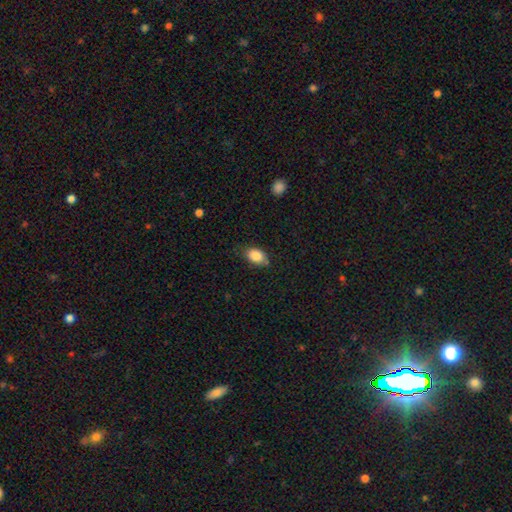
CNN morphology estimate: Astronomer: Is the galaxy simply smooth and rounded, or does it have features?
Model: smooth — 87%.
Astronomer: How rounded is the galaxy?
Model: in between — 82%.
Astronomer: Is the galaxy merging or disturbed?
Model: none — 72%.